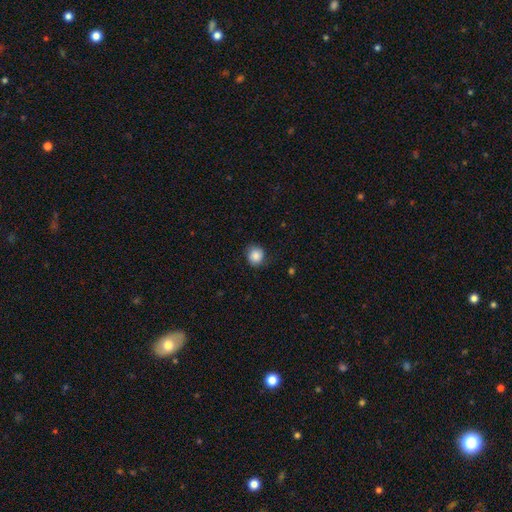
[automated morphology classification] Q: Smooth or featured?
A: smooth (85%); runner-up: star or artifact (9%)
Q: How rounded?
A: round (85%); runner-up: in between (14%)
Q: Merging?
A: none (78%); runner-up: minor disturbance (17%)